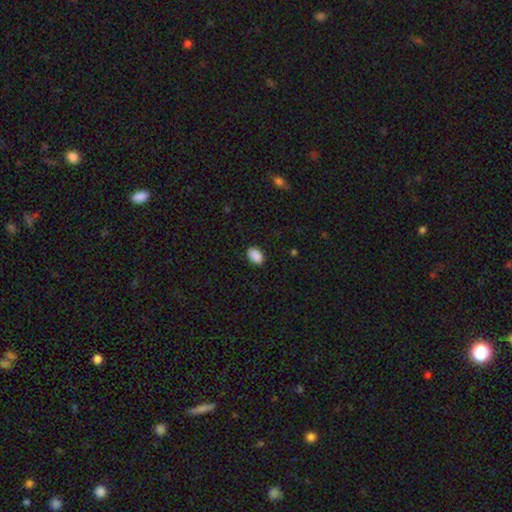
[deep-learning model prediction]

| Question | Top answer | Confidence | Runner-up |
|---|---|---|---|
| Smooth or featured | smooth | 89% | star or artifact (8%) |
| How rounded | in between | 86% | round (12%) |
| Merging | none | 87% | minor disturbance (10%) |